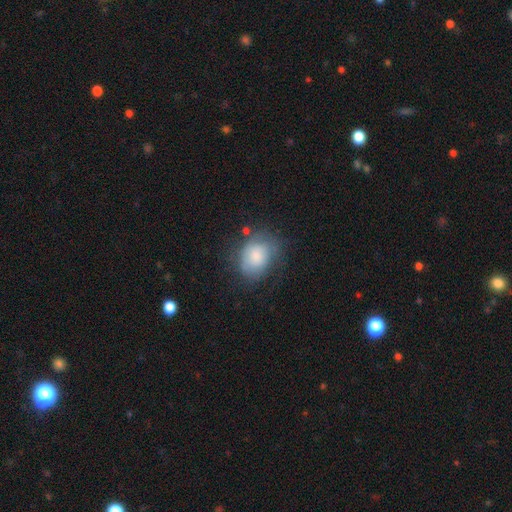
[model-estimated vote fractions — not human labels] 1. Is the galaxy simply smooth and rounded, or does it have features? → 72% smooth, 19% featured or disk, 9% star or artifact.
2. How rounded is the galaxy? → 53% in between, 46% round, 1% cigar-shaped.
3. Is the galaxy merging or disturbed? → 61% none, 25% minor disturbance, 11% major disturbance, 3% merger.